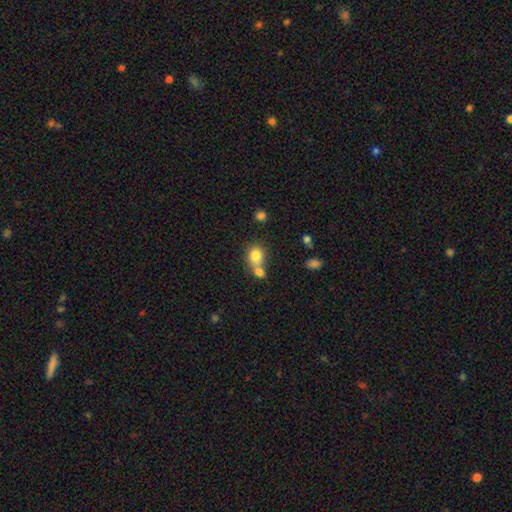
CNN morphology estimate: type=smooth (79%); roundness=round (65%); merging=merger (53%).